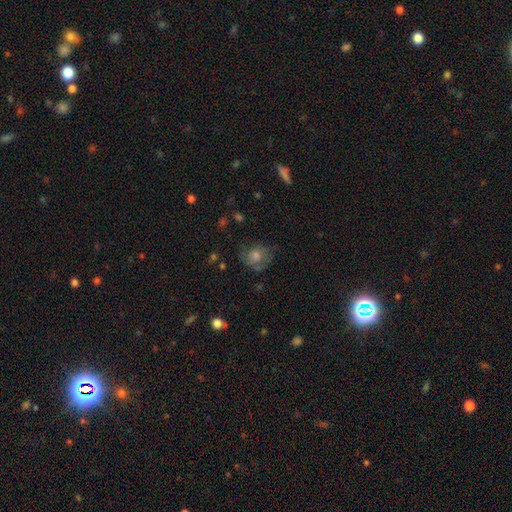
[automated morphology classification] A smooth galaxy with no disk features (46%).

Vote fractions:
- Smooth or featured? smooth: 46% / featured or disk: 37% / star or artifact: 17%
- Merging? none: 63% / minor disturbance: 22% / major disturbance: 14% / merger: 2%